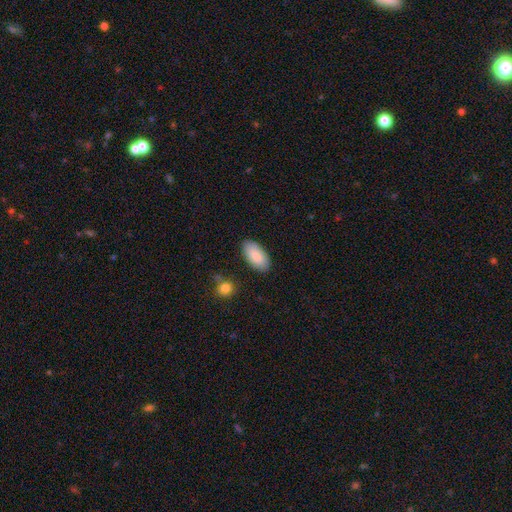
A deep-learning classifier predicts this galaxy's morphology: smooth_or_featured: smooth (p=0.87) [alt: featured or disk p=0.08]
how_rounded: in between (p=0.94) [alt: cigar-shaped p=0.04]
merging: none (p=0.85) [alt: minor disturbance p=0.11]